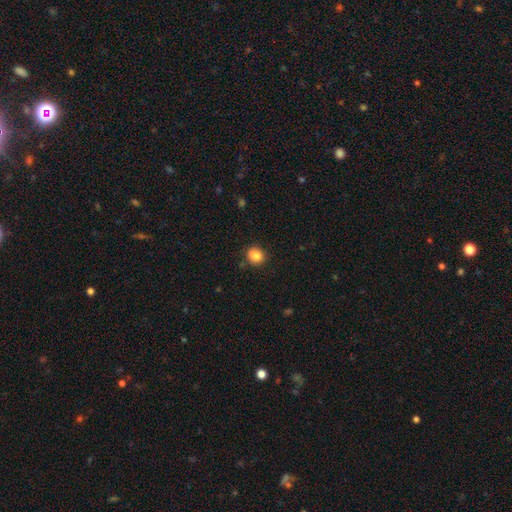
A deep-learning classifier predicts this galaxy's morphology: Overall: smooth (83%). How rounded: round (75%). Merging: none (75%).